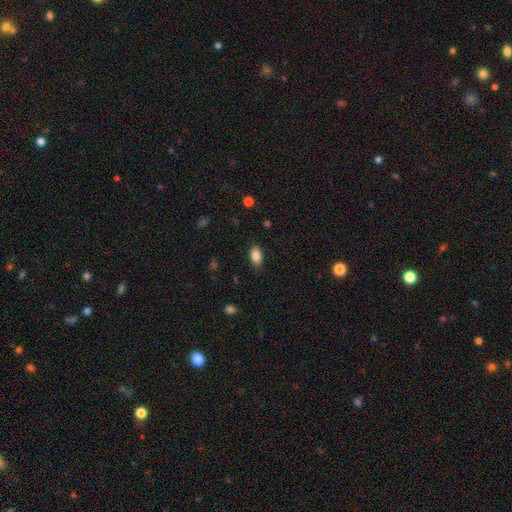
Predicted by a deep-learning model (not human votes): A smooth galaxy with no disk features (85%) that is in between round and cigar-shaped (91%). Merging: none (85%).